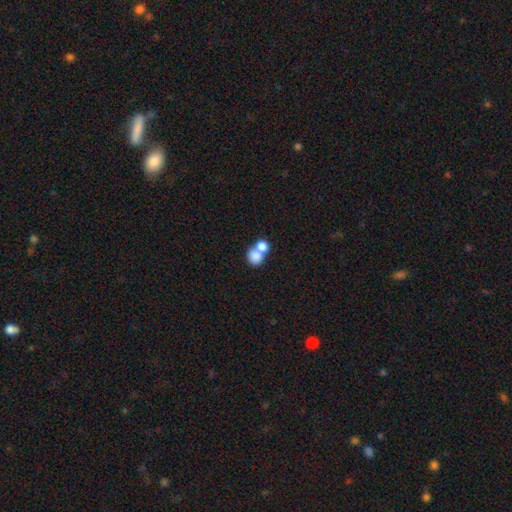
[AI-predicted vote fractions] A smooth galaxy with no disk features (80%) that is round (65%).

Vote fractions:
- Smooth or featured? smooth: 80% / featured or disk: 11% / star or artifact: 9%
- How rounded? round: 65% / in between: 33% / cigar-shaped: 1%
- Merging? merger: 62% / none: 27% / minor disturbance: 6% / major disturbance: 4%